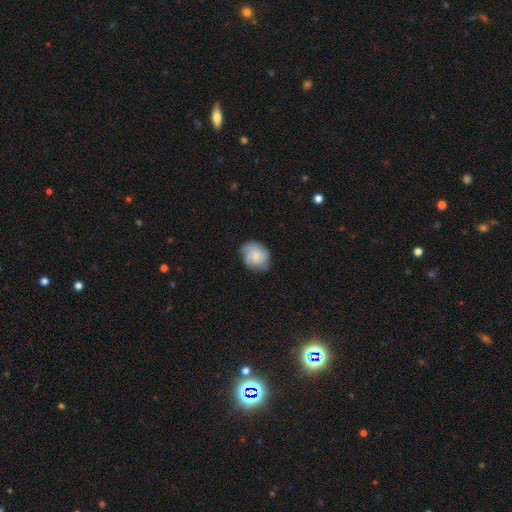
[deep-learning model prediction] Smooth or featured?
  - featured or disk: 51% *
  - smooth: 41%
  - star or artifact: 8%
Edge-on disk?
  - no: 98% *
  - yes: 2%
Bar?
  - no: 66% *
  - weak: 30%
  - strong: 4%
Spiral arms?
  - yes: 90% *
  - no: 10%
Bulge size?
  - small: 42% *
  - moderate: 32%
  - none: 18%
  - large: 6%
  - dominant: 2%
Merging?
  - none: 70% *
  - minor disturbance: 22%
  - major disturbance: 7%
  - merger: 1%